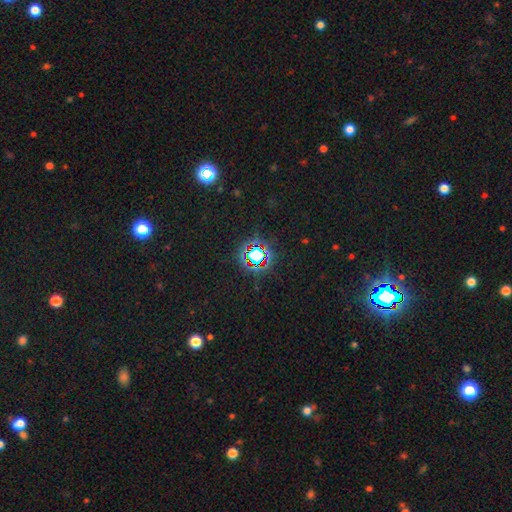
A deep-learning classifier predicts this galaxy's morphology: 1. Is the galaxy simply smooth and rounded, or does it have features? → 74% star or artifact, 16% smooth, 10% featured or disk.